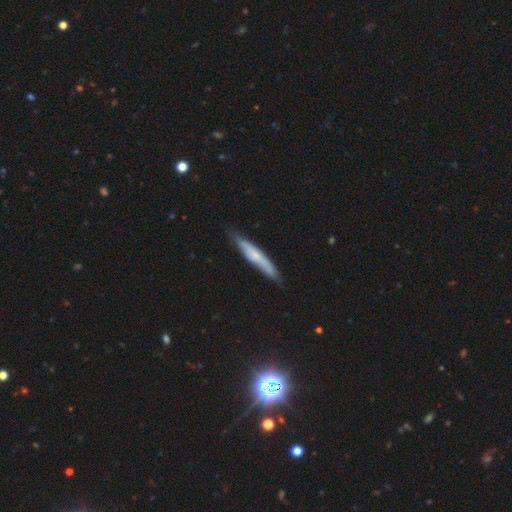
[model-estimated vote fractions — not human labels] Smooth or featured: smooth — 48% (featured or disk — 46%)
Merging: none — 82% (minor disturbance — 15%)